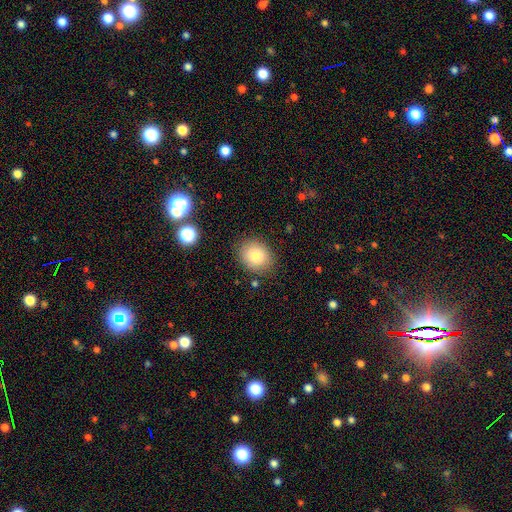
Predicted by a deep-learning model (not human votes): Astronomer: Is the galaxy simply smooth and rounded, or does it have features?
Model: smooth — 81%.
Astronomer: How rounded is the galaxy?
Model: round — 64%.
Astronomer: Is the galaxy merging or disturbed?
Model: none — 84%.